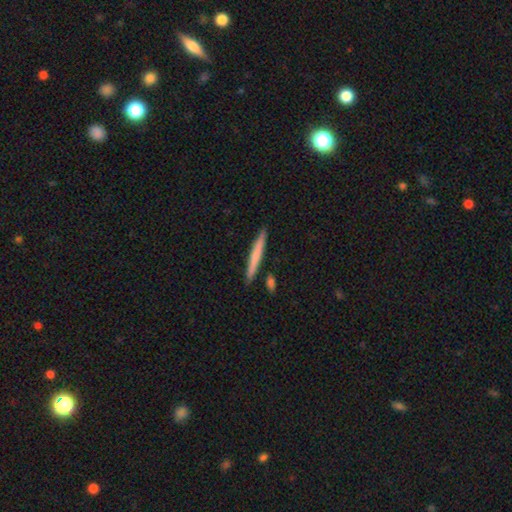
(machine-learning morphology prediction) smooth-or-featured: smooth: 65% | featured or disk: 29% | star or artifact: 5%
  how-rounded: cigar-shaped: 96% | in between: 3% | round: 1%
  merging: none: 87% | minor disturbance: 8% | merger: 4% | major disturbance: 2%